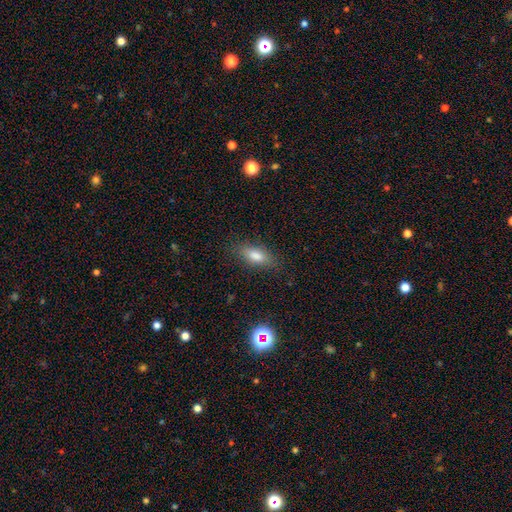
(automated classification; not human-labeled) smooth-or-featured: smooth: 76% | featured or disk: 14% | star or artifact: 10%
  how-rounded: in between: 70% | cigar-shaped: 26% | round: 4%
  merging: none: 84% | minor disturbance: 11% | major disturbance: 3% | merger: 1%